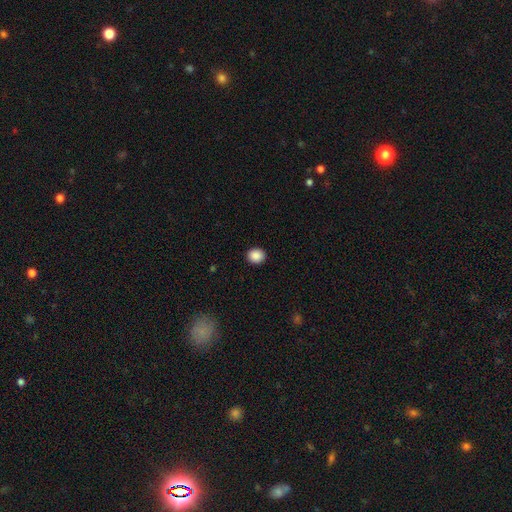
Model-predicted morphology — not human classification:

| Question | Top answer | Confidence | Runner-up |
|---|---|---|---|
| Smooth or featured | smooth | 89% | star or artifact (9%) |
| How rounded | round | 74% | in between (25%) |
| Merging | none | 92% | minor disturbance (6%) |